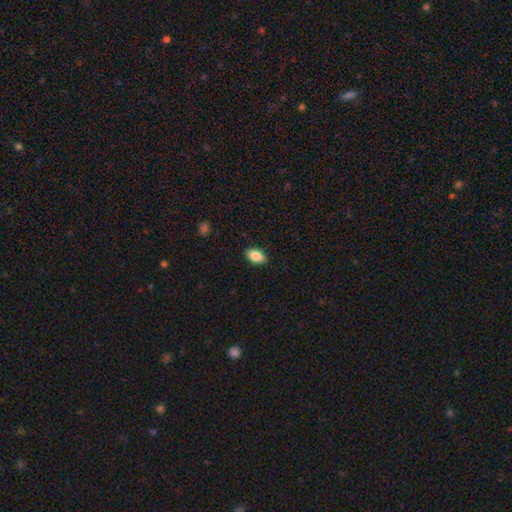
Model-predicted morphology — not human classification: Overall: smooth (88%). How rounded: in between (92%). Merging: none (89%).